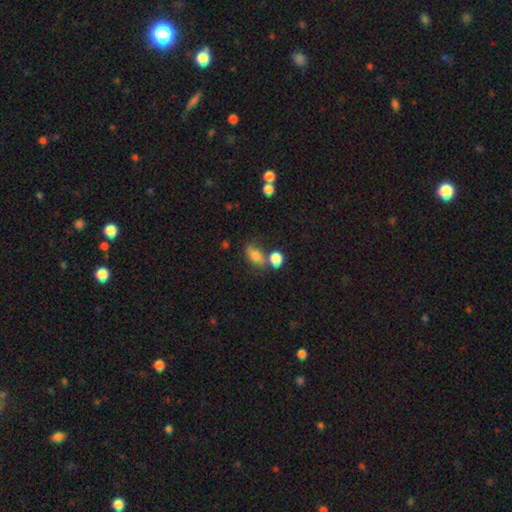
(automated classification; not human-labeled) Smooth or featured? Predicted: smooth (p=0.75). How rounded? Predicted: in between (p=0.79). Merging? Predicted: none (p=0.49).